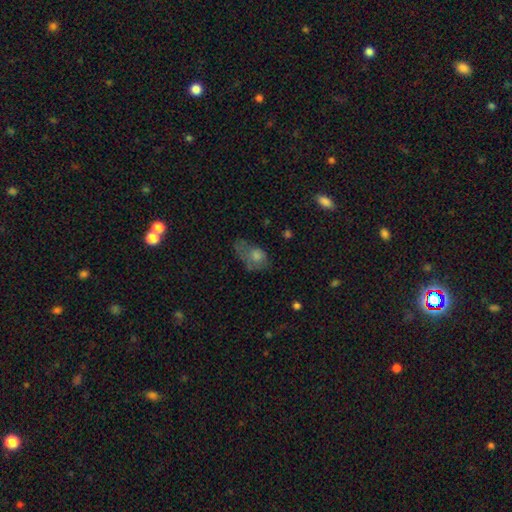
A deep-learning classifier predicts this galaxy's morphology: Smooth or featured? smooth (64%)
How rounded? in between (79%)
Merging? major disturbance (39%)